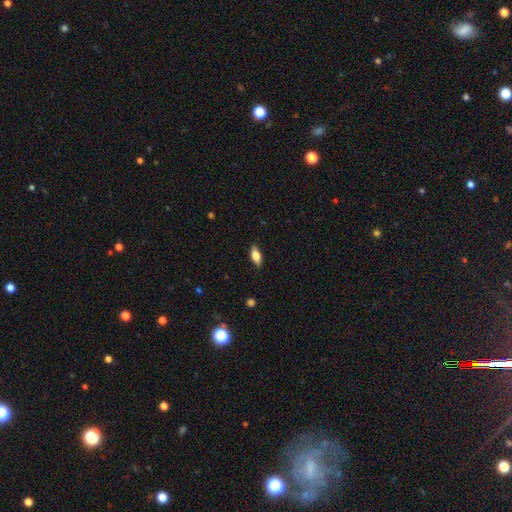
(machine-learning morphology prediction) Smooth or featured: smooth — 77% (featured or disk — 16%)
How rounded: in between — 84% (cigar-shaped — 12%)
Merging: none — 86% (minor disturbance — 11%)